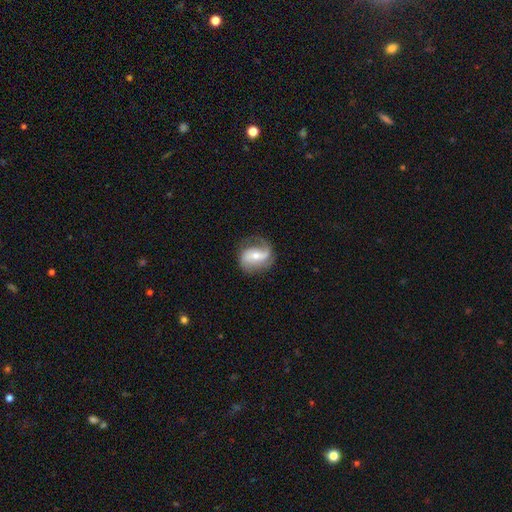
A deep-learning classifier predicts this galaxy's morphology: A featured or disk galaxy (77%) with a weak bar (37%), 2 (70%) loose (40%, tied with medium) spiral arms (93%) and a moderate central bulge (51%). Merging: none (67%).